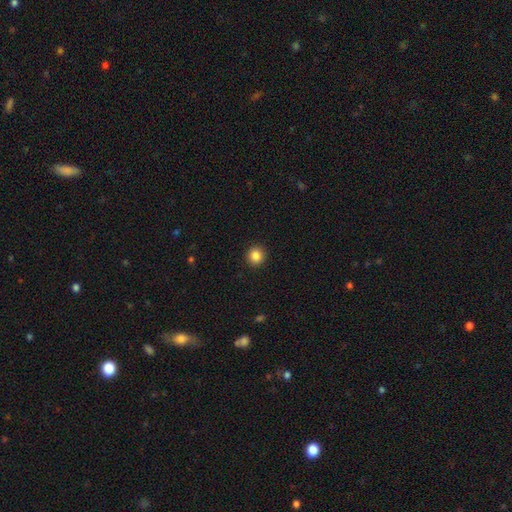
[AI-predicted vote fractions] smooth 85%, star or artifact 10%, featured or disk 4%. Down the decision tree: how rounded — round (93%); merging — none (93%).